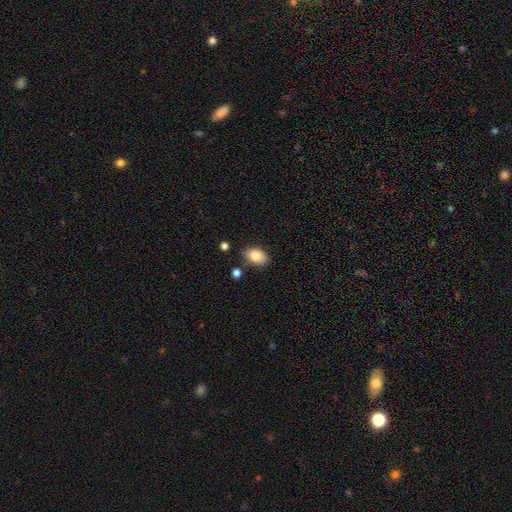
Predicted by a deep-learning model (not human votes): A smooth galaxy with no disk features (85%) that is in between round and cigar-shaped (87%).

Vote fractions:
- Smooth or featured? smooth: 85% / star or artifact: 8% / featured or disk: 7%
- How rounded? in between: 87% / round: 12% / cigar-shaped: 1%
- Merging? none: 79% / minor disturbance: 14% / merger: 4% / major disturbance: 3%